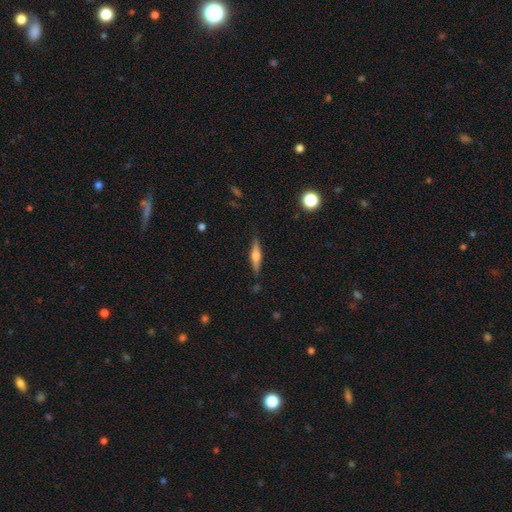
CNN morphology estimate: smooth-or-featured: featured or disk: 55% | smooth: 38% | star or artifact: 7%
  disk-edge-on: yes: 95% | no: 5%
    edge-on-bulge: rounded: 86% | boxy: 9% | none: 4%
  merging: none: 84% | minor disturbance: 12% | major disturbance: 2% | merger: 2%